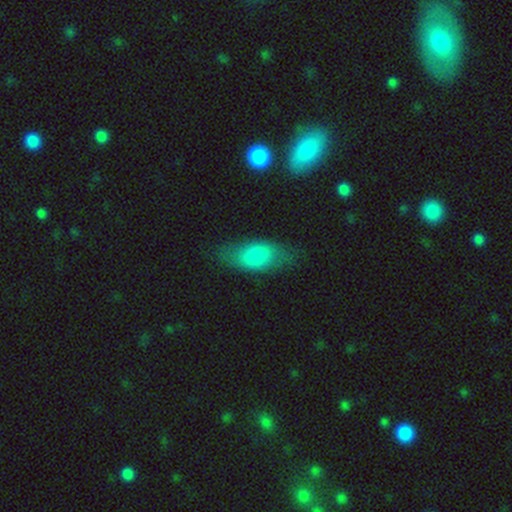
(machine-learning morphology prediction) Q: Smooth or featured?
A: smooth (77%); runner-up: featured or disk (16%)
Q: How rounded?
A: in between (87%); runner-up: cigar-shaped (9%)
Q: Merging?
A: none (72%); runner-up: minor disturbance (20%)